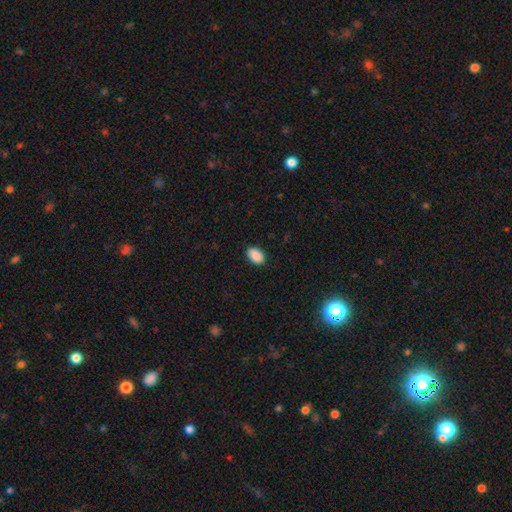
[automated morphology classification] smooth-or-featured: smooth: 90% | star or artifact: 7% | featured or disk: 3%
  how-rounded: in between: 87% | round: 12% | cigar-shaped: 1%
  merging: none: 86% | minor disturbance: 11% | major disturbance: 2% | merger: 1%